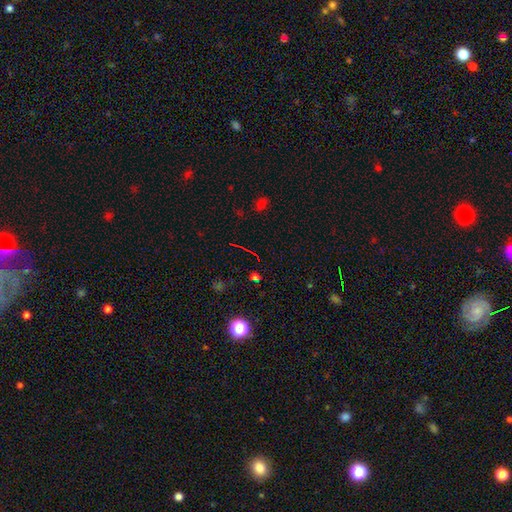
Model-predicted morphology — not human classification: smooth-or-featured: star or artifact: 68% | smooth: 20% | featured or disk: 11%